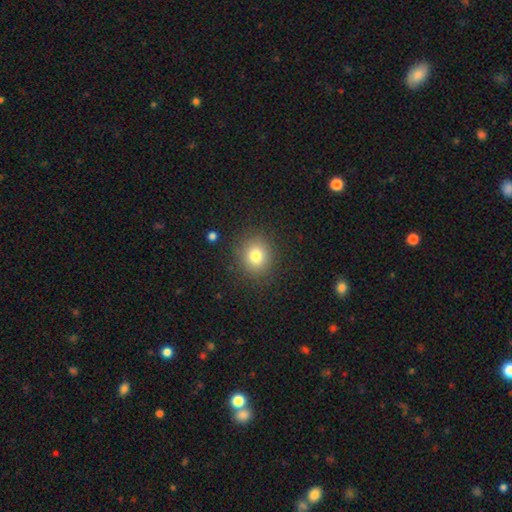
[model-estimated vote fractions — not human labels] smooth-or-featured: smooth: 78% | star or artifact: 13% | featured or disk: 9%
  how-rounded: round: 83% | in between: 16% | cigar-shaped: 1%
  merging: none: 87% | minor disturbance: 8% | major disturbance: 3% | merger: 1%